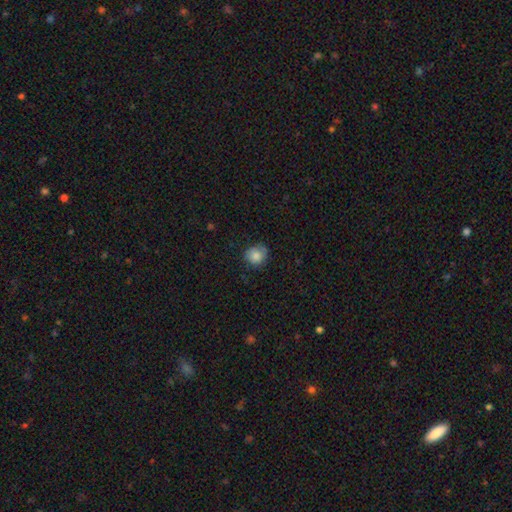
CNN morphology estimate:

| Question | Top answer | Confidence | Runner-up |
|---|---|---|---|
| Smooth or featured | smooth | 81% | featured or disk (10%) |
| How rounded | round | 82% | in between (17%) |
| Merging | none | 67% | minor disturbance (25%) |